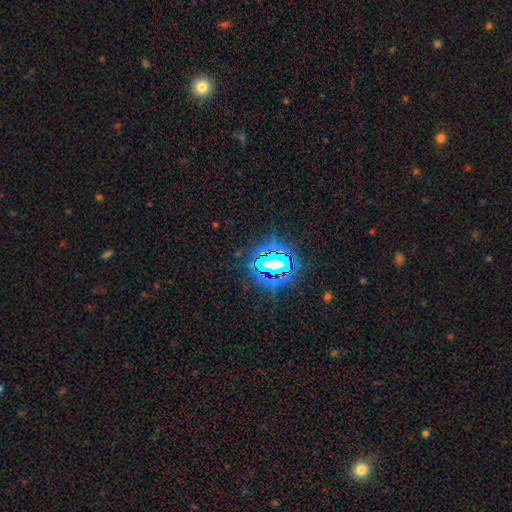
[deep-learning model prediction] smooth-or-featured: star or artifact: 80% | smooth: 13% | featured or disk: 7%